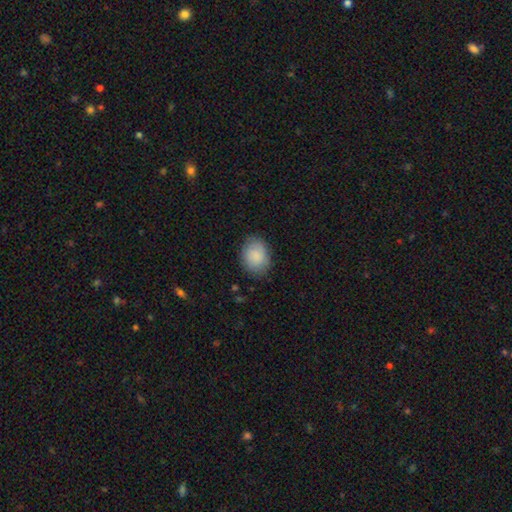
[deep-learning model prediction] Smooth or featured?
  - smooth: 86% *
  - featured or disk: 7%
  - star or artifact: 6%
How rounded?
  - in between: 66% *
  - round: 34%
  - cigar-shaped: 1%
Merging?
  - none: 81% *
  - minor disturbance: 15%
  - major disturbance: 4%
  - merger: 1%